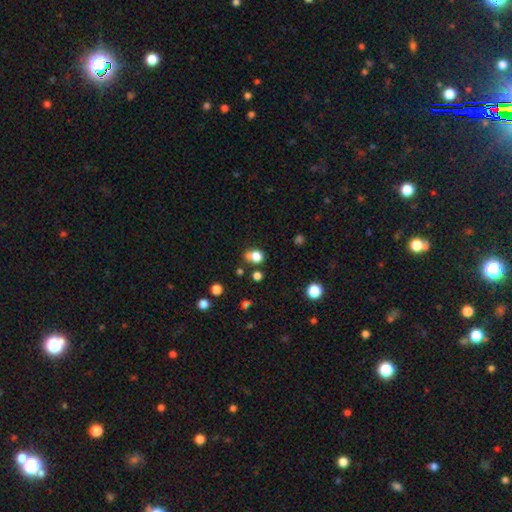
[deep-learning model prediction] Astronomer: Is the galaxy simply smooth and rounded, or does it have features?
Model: smooth — 78%.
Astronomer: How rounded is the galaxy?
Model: round — 60% (runner-up: in between, 38%).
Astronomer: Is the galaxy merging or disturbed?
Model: none — 52%.